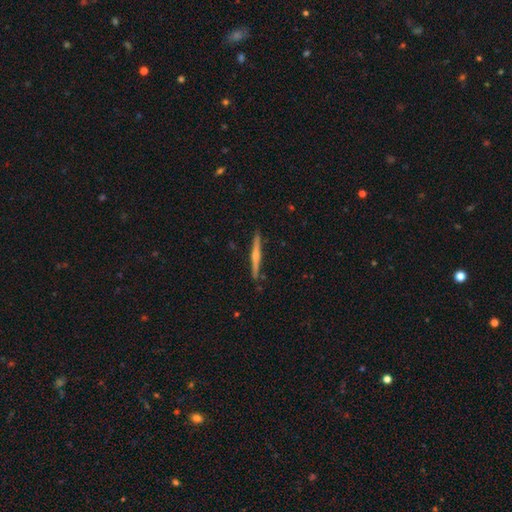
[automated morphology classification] Overall: featured or disk (66%; smooth 28%). Edge-on disk: yes (98%). Edge-on bulge: rounded (73%). Merging: none (90%).